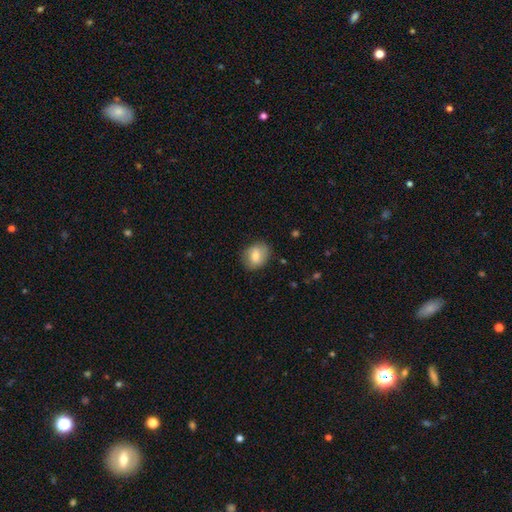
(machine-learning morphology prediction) Smooth or featured? Predicted: smooth (p=0.71). How rounded? Predicted: round (p=0.52). Merging? Predicted: none (p=0.79).